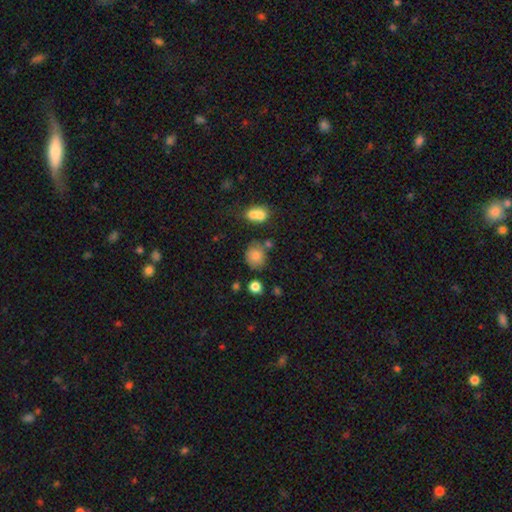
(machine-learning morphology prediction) This appears to be a smooth galaxy with no disk features (81%) that is round (72%). Merging: none (67%).